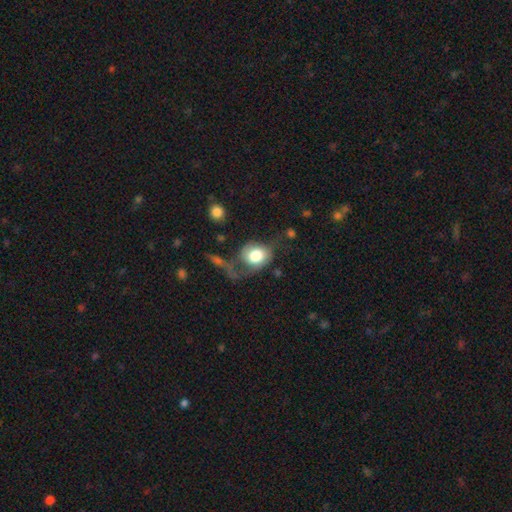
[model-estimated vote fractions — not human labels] A smooth galaxy with no disk features (68%) that is round (56%).

Vote fractions:
- Smooth or featured? smooth: 68% / featured or disk: 24% / star or artifact: 8%
- How rounded? round: 56% / in between: 43% / cigar-shaped: 1%
- Merging? major disturbance: 39% / none: 30% / minor disturbance: 22% / merger: 9%